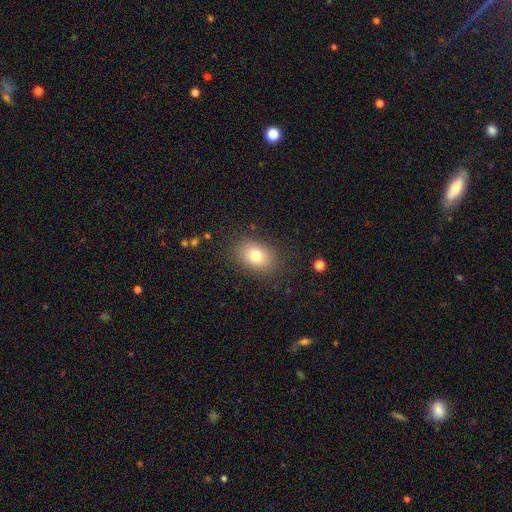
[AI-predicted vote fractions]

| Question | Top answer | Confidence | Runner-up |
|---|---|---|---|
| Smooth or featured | smooth | 77% | featured or disk (12%) |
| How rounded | in between | 71% | round (28%) |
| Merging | none | 85% | minor disturbance (10%) |